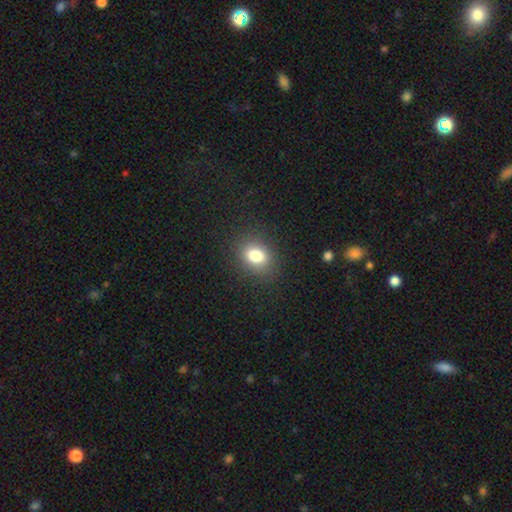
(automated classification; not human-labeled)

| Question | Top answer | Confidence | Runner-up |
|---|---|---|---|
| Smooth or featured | smooth | 81% | star or artifact (12%) |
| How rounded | in between | 55% | round (44%) |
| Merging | none | 86% | minor disturbance (9%) |